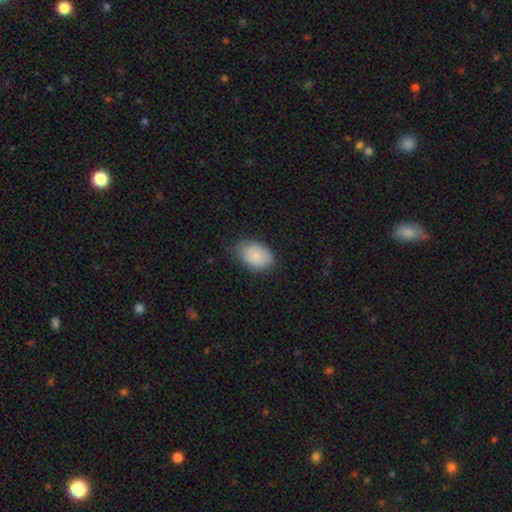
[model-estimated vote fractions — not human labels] smooth-or-featured: smooth: 85% | featured or disk: 8% | star or artifact: 7%
  how-rounded: in between: 83% | round: 16% | cigar-shaped: 1%
  merging: none: 63% | minor disturbance: 30% | major disturbance: 6% | merger: 1%